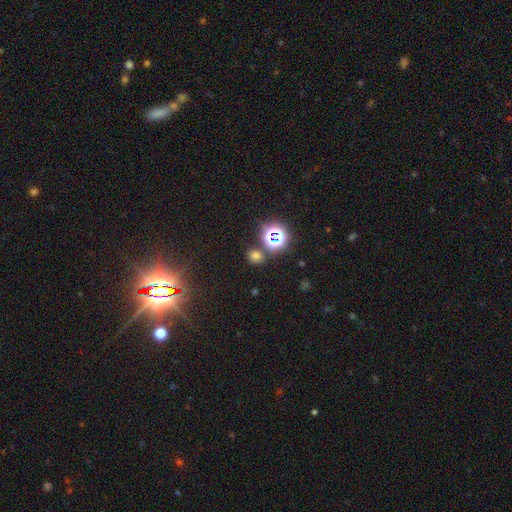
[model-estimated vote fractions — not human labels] Overall: smooth (60%; star or artifact 34%). How rounded: round (63%; in between 36%). Merging: none (80%).